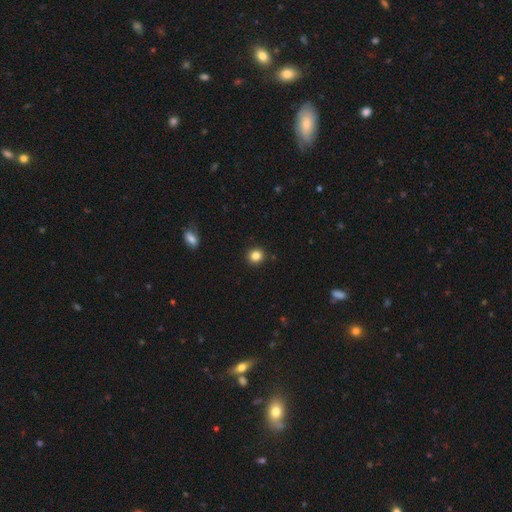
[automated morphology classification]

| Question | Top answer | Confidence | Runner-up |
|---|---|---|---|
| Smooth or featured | smooth | 84% | star or artifact (11%) |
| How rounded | round | 88% | in between (11%) |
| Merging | none | 92% | minor disturbance (5%) |